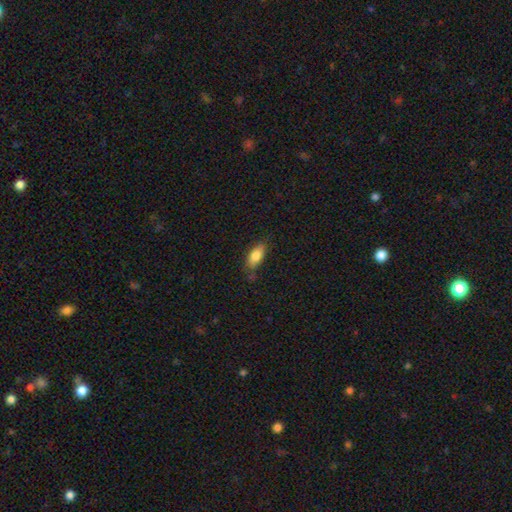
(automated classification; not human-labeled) smooth 81%, featured or disk 11%, star or artifact 7%. Down the decision tree: how rounded — in between (84%); merging — none (72%).